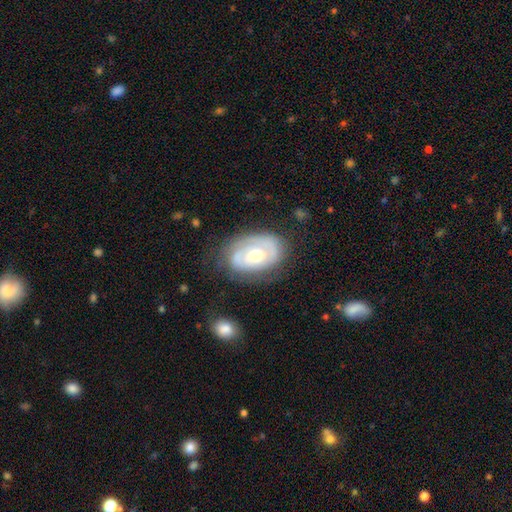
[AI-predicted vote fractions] The model was most divided on "spiral arms": yes: 64%, no: 36%. More confident: edge-on disk — no (95%); bar — no (82%); smooth or featured — featured or disk (66%); bulge size — moderate (65%); merging — none (64%).